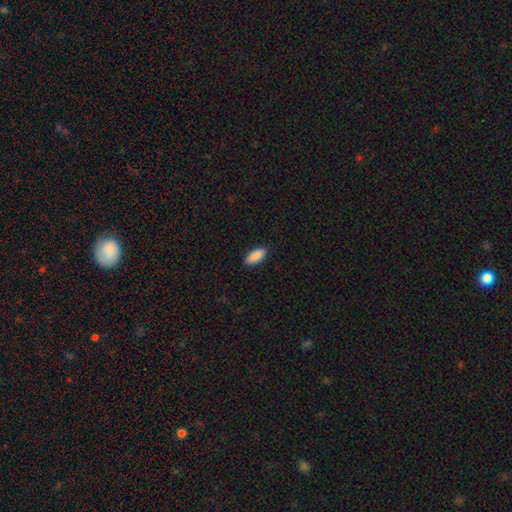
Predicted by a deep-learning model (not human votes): Morphology: type=smooth (90%); roundness=in between (83%); merging=none (89%).